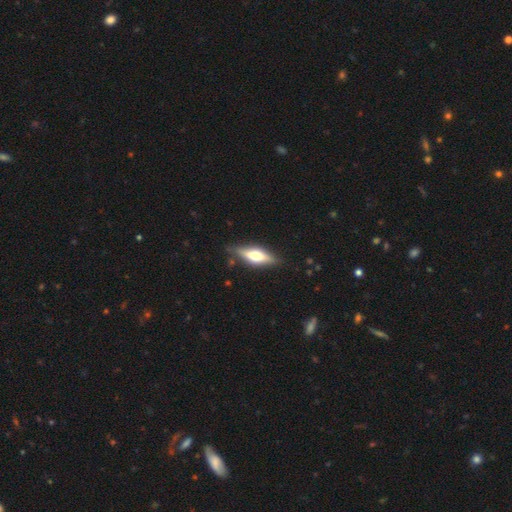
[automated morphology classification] smooth_or_featured: featured or disk (p=0.48) [alt: smooth p=0.46]
merging: none (p=0.81) [alt: minor disturbance p=0.14]